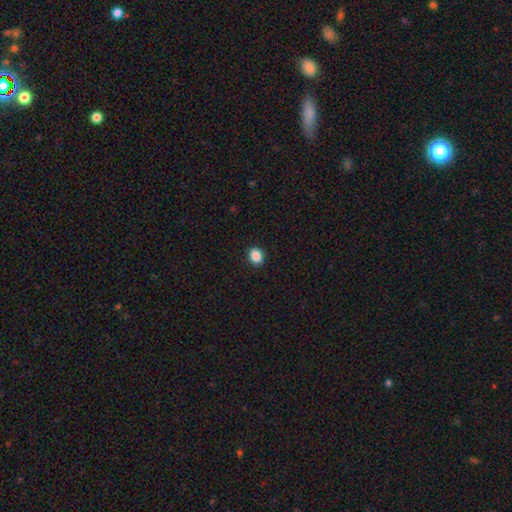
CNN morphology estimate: This is clearly a smooth galaxy (88%). How rounded: possibly round (55%). Merging: clearly none (92%).